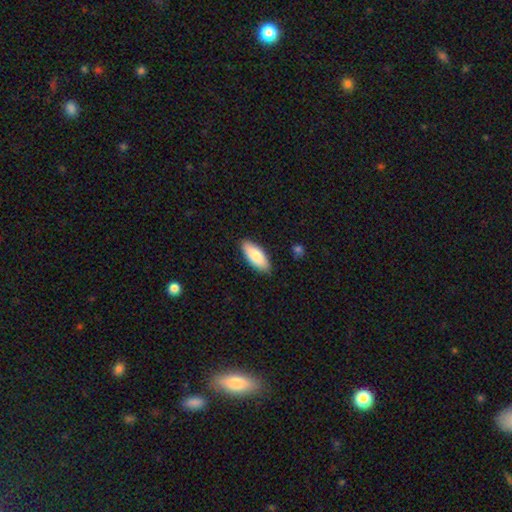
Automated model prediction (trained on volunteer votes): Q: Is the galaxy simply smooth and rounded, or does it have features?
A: smooth — 84%.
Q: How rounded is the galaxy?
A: in between — 81%.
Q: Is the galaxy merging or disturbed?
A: none — 87%.